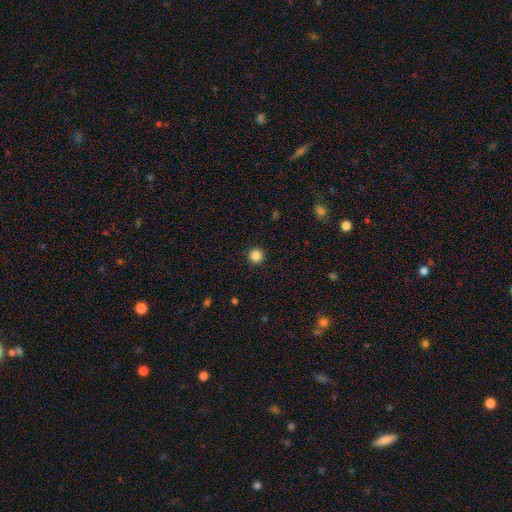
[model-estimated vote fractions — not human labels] Overall: smooth (86%). How rounded: round (96%). Merging: none (92%).